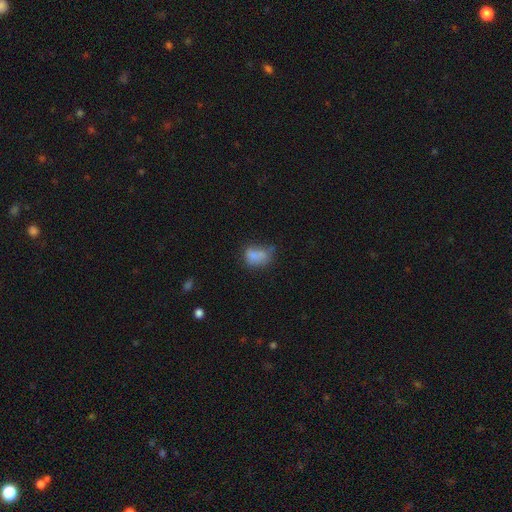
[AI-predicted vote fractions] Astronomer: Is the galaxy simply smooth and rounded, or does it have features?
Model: smooth — 73%.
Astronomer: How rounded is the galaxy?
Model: in between — 74%.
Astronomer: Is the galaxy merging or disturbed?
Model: none — 36% (runner-up: minor disturbance, 29%).